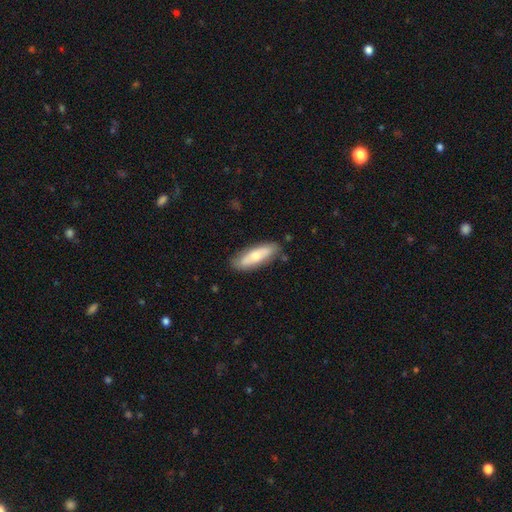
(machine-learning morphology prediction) The model was most divided on "how rounded": in between: 52%, cigar-shaped: 46%, round: 2%. More confident: merging — none (81%); smooth or featured — smooth (61%).